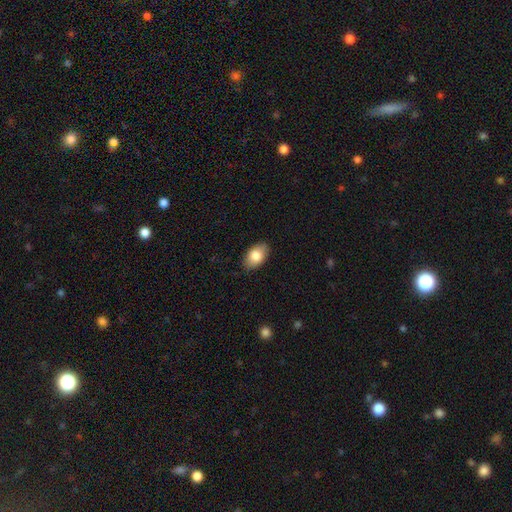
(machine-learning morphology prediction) A smooth galaxy with no disk features (82%) that is in between round and cigar-shaped (91%). Merging: none (86%).